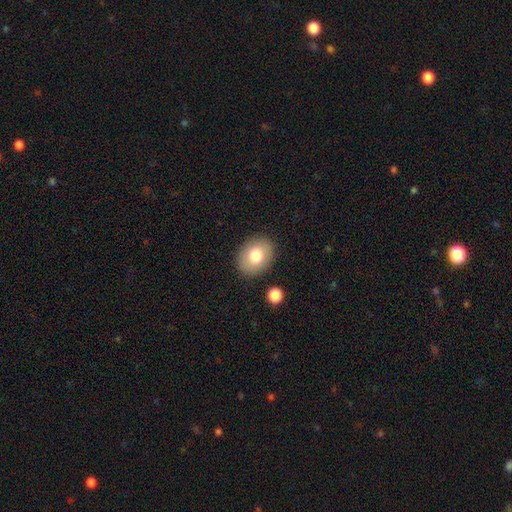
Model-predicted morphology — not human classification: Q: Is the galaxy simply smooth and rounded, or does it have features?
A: smooth — 77%.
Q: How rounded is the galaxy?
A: in between — 64%.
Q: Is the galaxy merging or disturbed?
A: none — 86%.